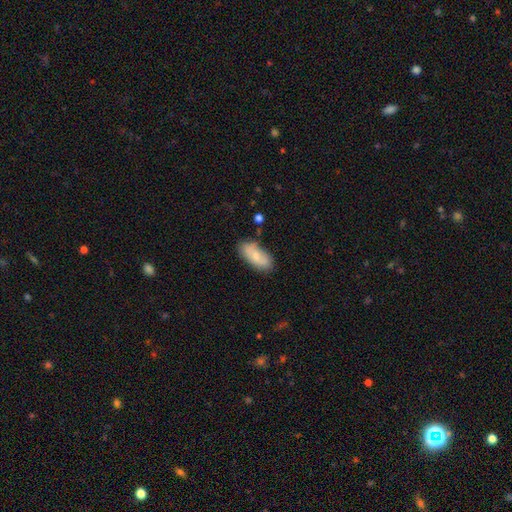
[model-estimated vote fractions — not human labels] Smooth or featured: smooth — 72% (featured or disk — 22%)
How rounded: in between — 88% (cigar-shaped — 9%)
Merging: none — 75% (minor disturbance — 18%)